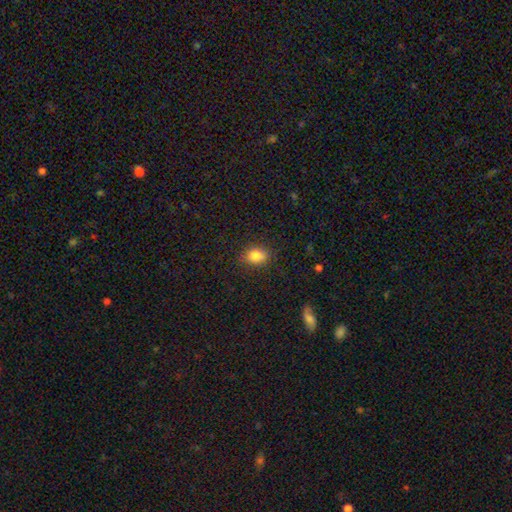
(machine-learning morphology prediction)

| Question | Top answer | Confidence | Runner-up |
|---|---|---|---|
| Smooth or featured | smooth | 82% | star or artifact (11%) |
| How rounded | in between | 58% | round (41%) |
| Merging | none | 85% | minor disturbance (11%) |